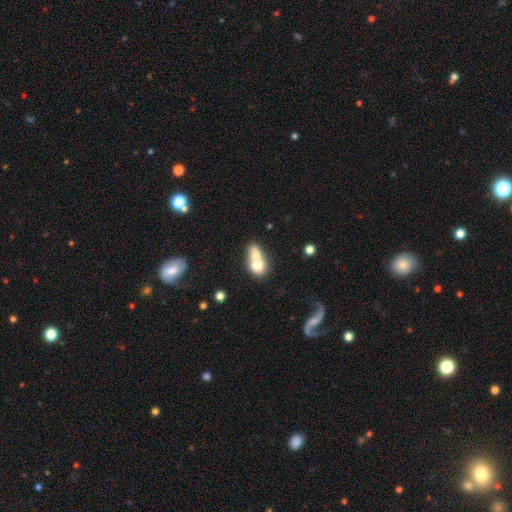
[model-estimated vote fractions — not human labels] This appears to be a smooth galaxy with no disk features (68%) that is in between round and cigar-shaped (55%). Merging: merger (74%).